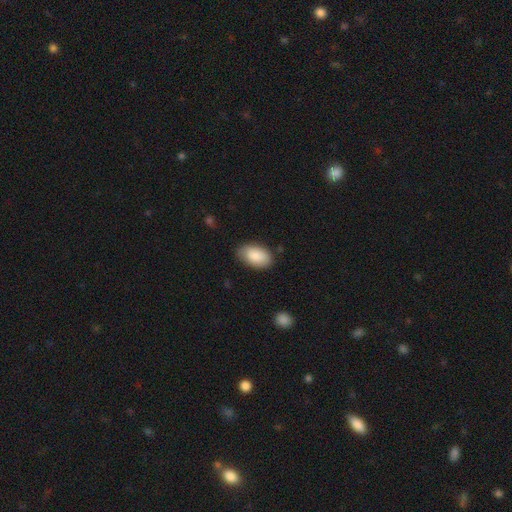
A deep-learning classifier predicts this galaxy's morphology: smooth-or-featured: smooth: 88% | star or artifact: 6% | featured or disk: 6%
  how-rounded: in between: 94% | round: 5% | cigar-shaped: 1%
  merging: none: 79% | minor disturbance: 16% | major disturbance: 3% | merger: 1%